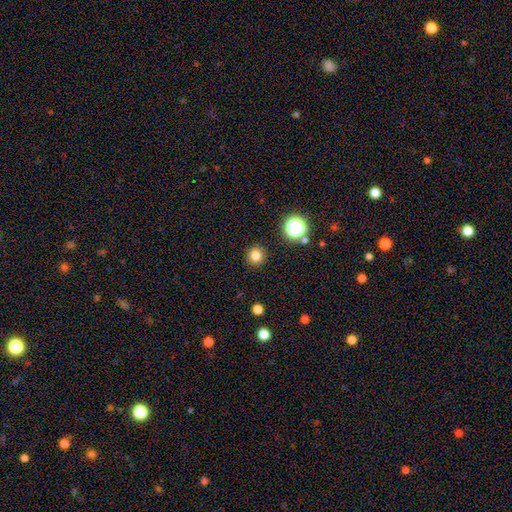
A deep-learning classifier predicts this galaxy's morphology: The model was most divided on "smooth or featured": smooth: 80%, star or artifact: 14%, featured or disk: 5%. More confident: how rounded — round (93%); merging — none (91%).